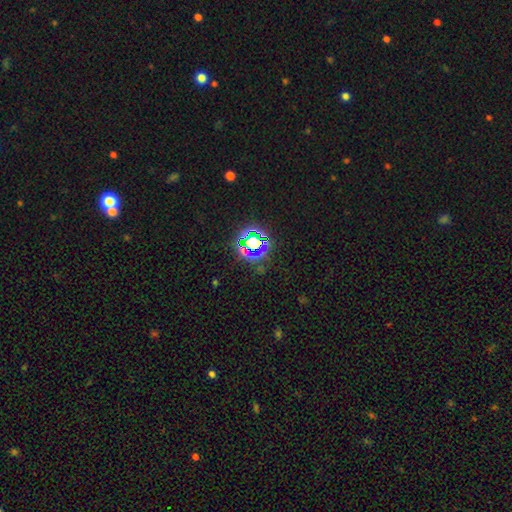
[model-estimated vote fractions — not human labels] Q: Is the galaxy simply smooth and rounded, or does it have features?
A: star or artifact — 76%.